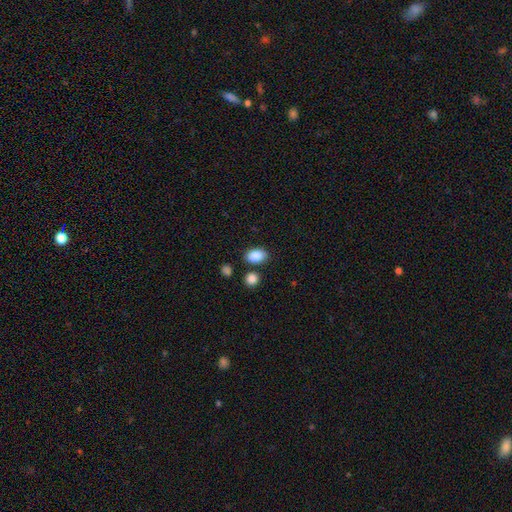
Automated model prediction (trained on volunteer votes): Overall: smooth (88%). How rounded: in between (82%). Merging: none (78%).